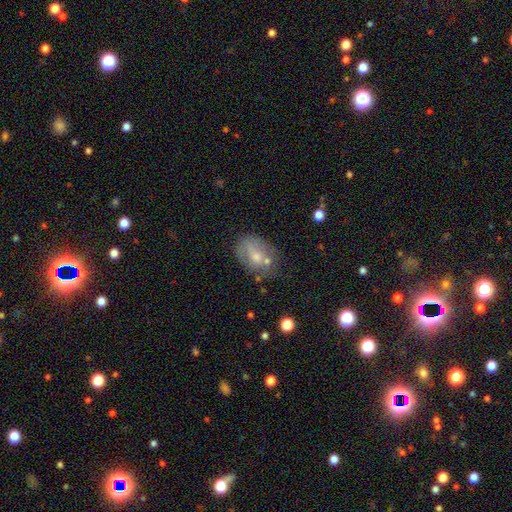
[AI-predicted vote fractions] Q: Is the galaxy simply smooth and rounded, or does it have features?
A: smooth — 54%.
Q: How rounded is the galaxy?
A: in between — 75%.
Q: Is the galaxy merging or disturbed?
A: none — 55%.